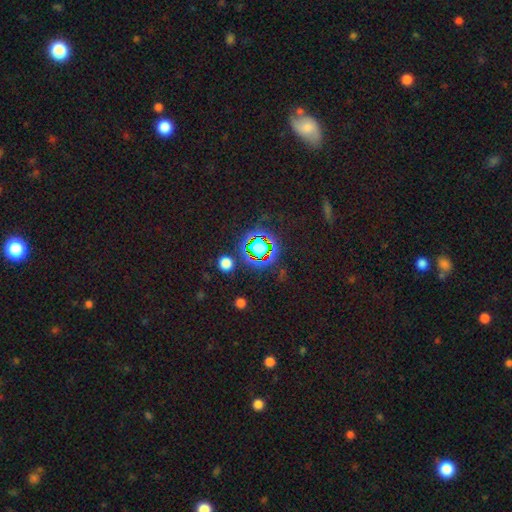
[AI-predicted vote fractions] Smooth or featured?
  - star or artifact: 77% *
  - smooth: 15%
  - featured or disk: 8%